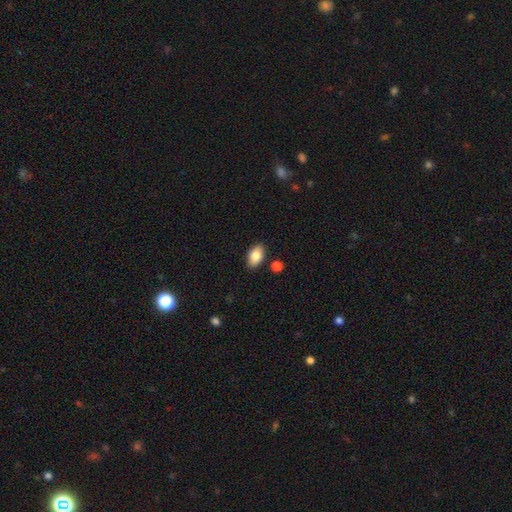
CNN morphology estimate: The model was most divided on "smooth or featured": smooth: 84%, featured or disk: 9%, star or artifact: 7%. More confident: how rounded — in between (92%); merging — none (86%).